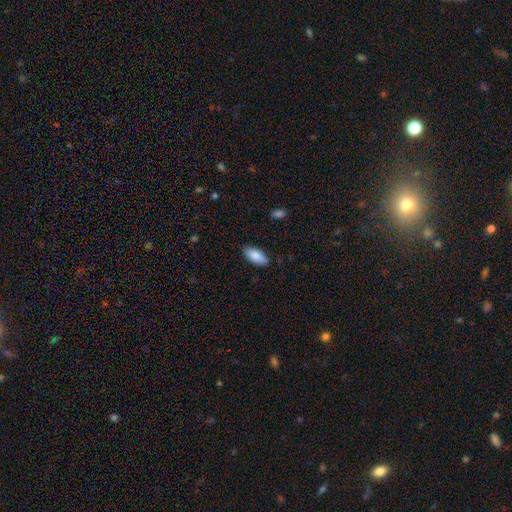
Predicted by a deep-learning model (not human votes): This is clearly a smooth galaxy (86%). How rounded: clearly in between (86%). Merging: clearly none (87%).